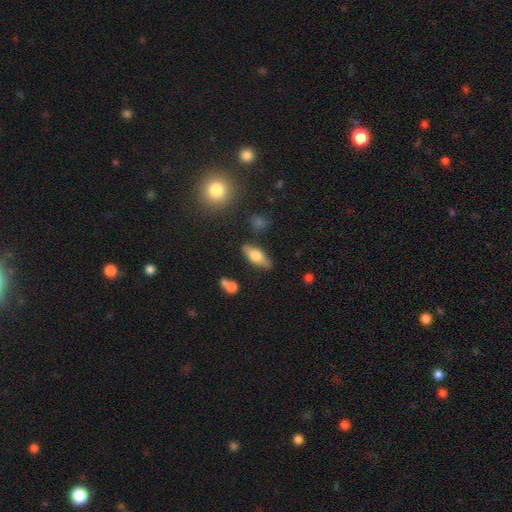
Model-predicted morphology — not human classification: Smooth or featured?
  - smooth: 63% *
  - featured or disk: 30%
  - star or artifact: 7%
How rounded?
  - in between: 74% *
  - cigar-shaped: 23%
  - round: 3%
Merging?
  - none: 80% *
  - minor disturbance: 13%
  - merger: 4%
  - major disturbance: 3%